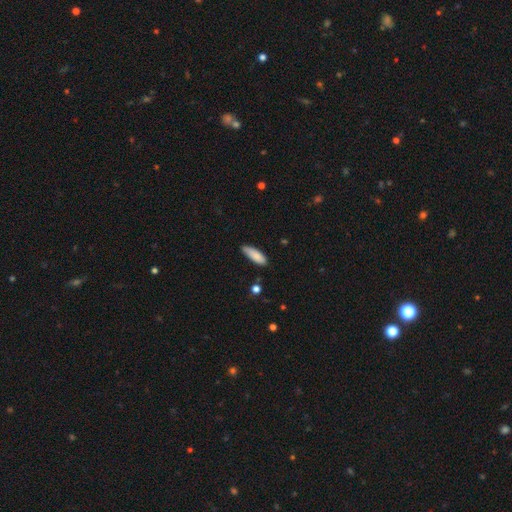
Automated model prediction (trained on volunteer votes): This is clearly a smooth galaxy (85%). How rounded: possibly in between (58%). Merging: likely none (74%).